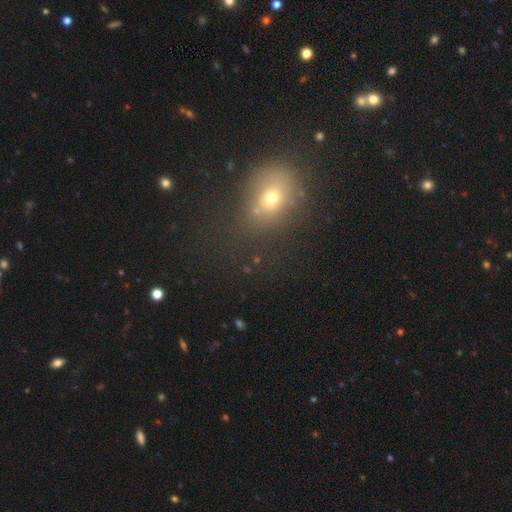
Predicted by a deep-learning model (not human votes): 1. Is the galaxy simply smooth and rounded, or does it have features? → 57% smooth, 31% star or artifact, 13% featured or disk.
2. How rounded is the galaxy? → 54% in between, 44% round, 2% cigar-shaped.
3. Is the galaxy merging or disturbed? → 70% none, 16% minor disturbance, 11% major disturbance, 3% merger.